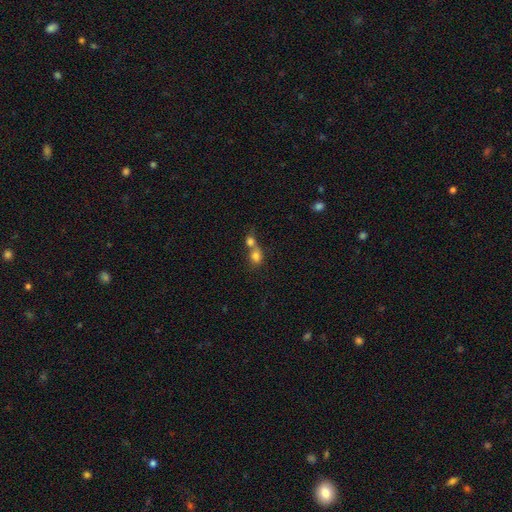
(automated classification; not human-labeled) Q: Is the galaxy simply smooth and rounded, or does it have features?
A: smooth — 77%.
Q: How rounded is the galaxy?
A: round — 62%.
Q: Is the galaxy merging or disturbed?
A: merger — 69%.